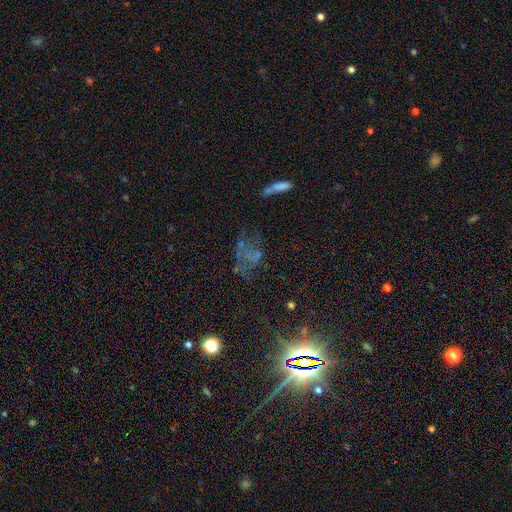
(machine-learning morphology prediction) Smooth or featured? Predicted: star or artifact (p=0.40).